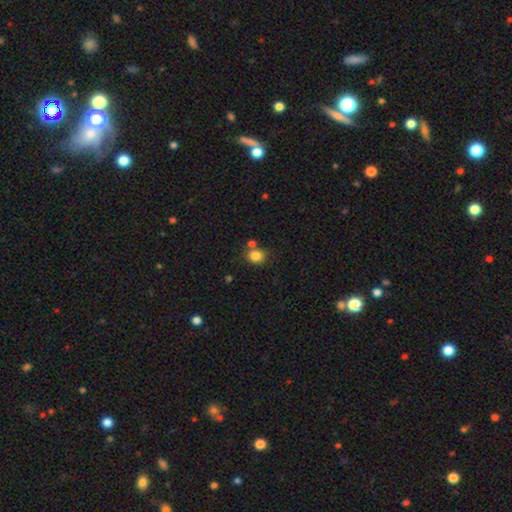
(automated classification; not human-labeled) smooth 83%, star or artifact 11%, featured or disk 6%. Down the decision tree: how rounded — round (67%); merging — none (68%).